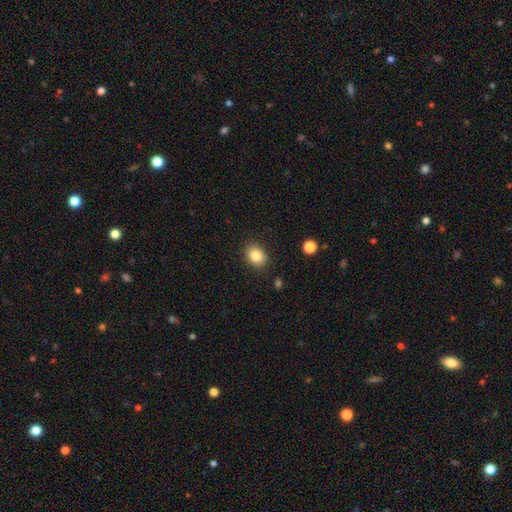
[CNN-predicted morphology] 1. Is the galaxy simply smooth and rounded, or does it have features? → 84% smooth, 9% star or artifact, 6% featured or disk.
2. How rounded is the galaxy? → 50% in between, 49% round, 1% cigar-shaped.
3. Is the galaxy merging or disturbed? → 85% none, 11% minor disturbance, 3% major disturbance, 2% merger.